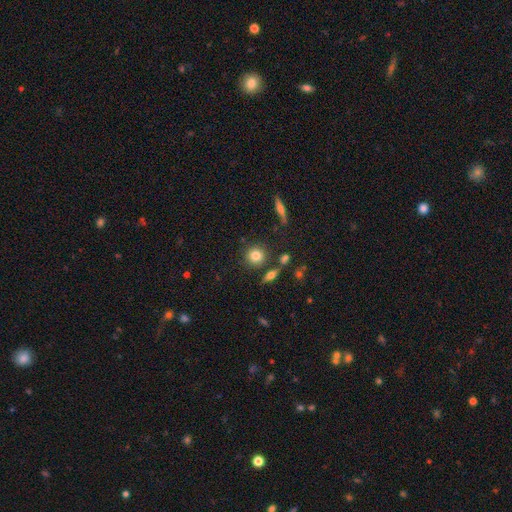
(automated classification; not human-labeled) smooth 80%, featured or disk 10%, star or artifact 10%. Down the decision tree: how rounded — round (87%); merging — none (81%).